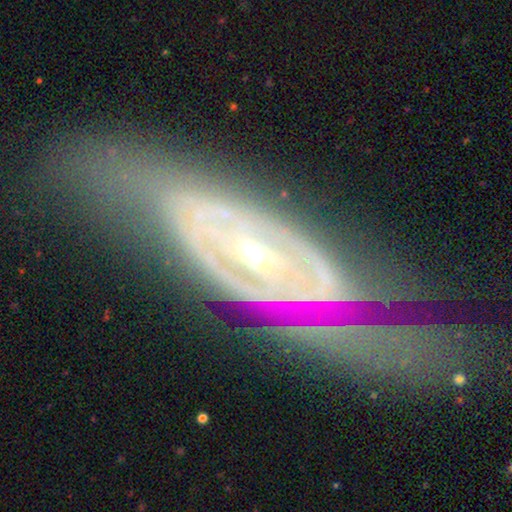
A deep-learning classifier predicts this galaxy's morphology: Smooth or featured? Predicted: featured or disk (p=0.84). Edge-on disk? Predicted: no (p=0.81). Bar? Predicted: no (p=0.66). Spiral arms? Predicted: yes (p=0.70). Bulge size? Predicted: small (p=0.59). Merging? Predicted: none (p=0.60).